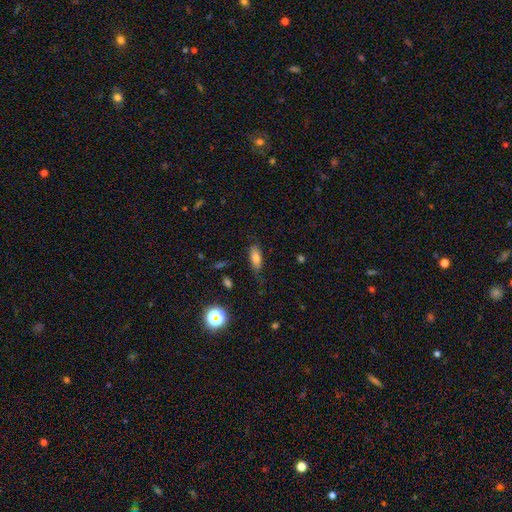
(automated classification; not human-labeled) A smooth galaxy with no disk features (72%) that is in between round and cigar-shaped (73%). Merging: none (71%).